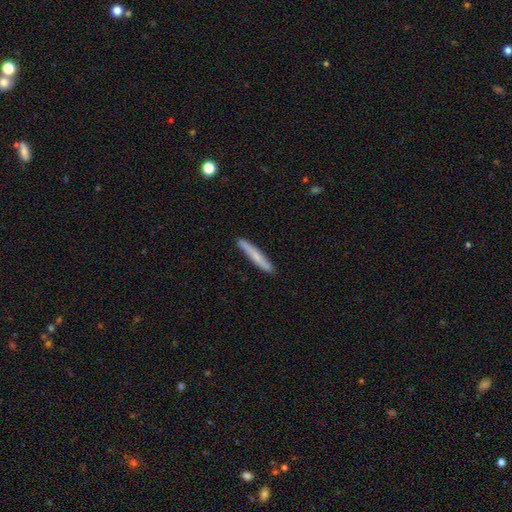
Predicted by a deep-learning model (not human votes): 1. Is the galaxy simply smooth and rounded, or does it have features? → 64% smooth, 31% featured or disk, 6% star or artifact.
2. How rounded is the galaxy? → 95% cigar-shaped, 4% in between, 1% round.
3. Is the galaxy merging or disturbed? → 89% none, 9% minor disturbance, 1% major disturbance, 1% merger.